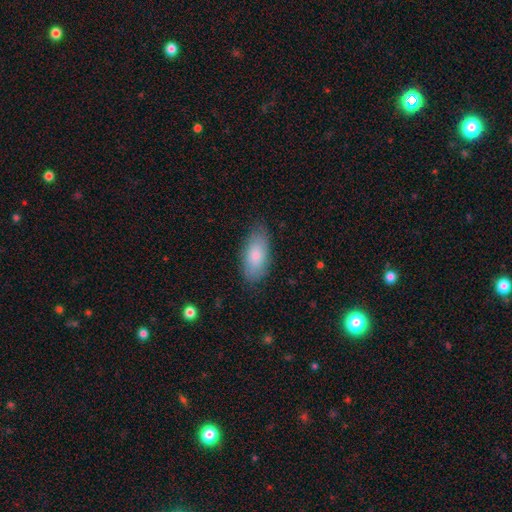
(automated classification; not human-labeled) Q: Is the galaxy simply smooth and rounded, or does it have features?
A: smooth — 80%.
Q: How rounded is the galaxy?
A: in between — 89%.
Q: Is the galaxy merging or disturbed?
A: none — 80%.